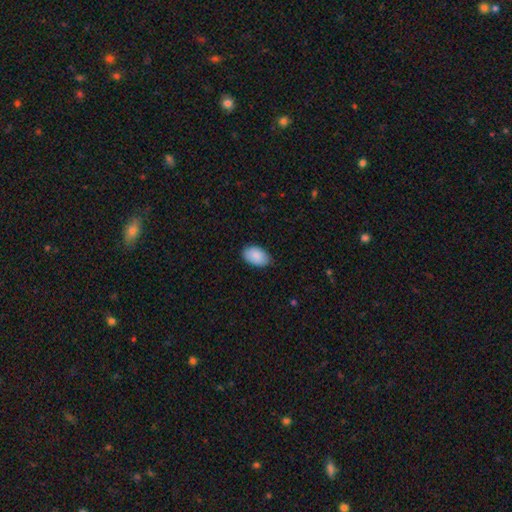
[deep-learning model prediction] Overall: smooth (89%). How rounded: in between (92%). Merging: none (80%).